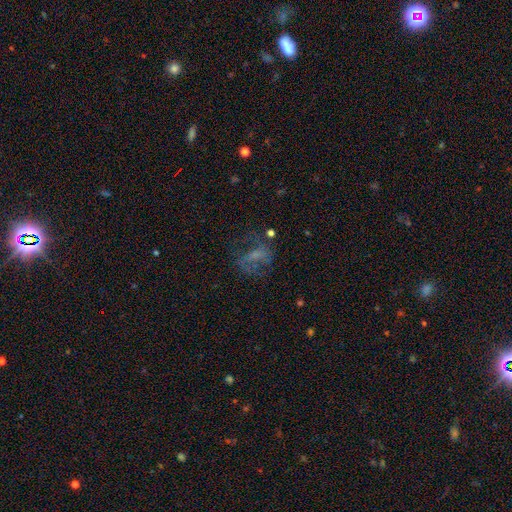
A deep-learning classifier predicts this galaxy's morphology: Overall: featured or disk (47%; smooth 33%). Merging: none (47%; major disturbance 31%).